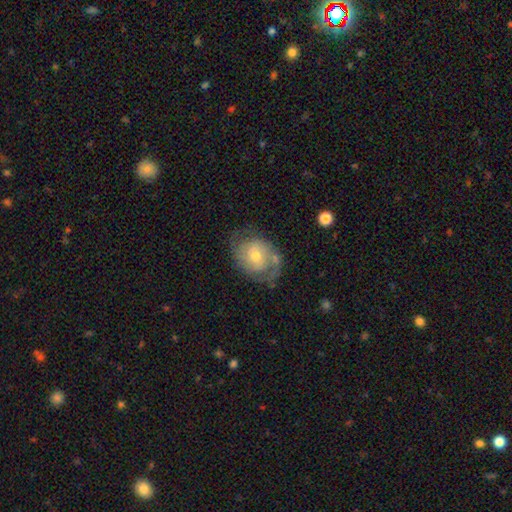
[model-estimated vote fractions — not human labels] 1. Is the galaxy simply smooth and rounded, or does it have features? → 70% featured or disk, 24% smooth, 7% star or artifact.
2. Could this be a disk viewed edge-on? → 97% no, 3% yes.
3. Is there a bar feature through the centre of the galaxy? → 69% no, 27% weak, 5% strong.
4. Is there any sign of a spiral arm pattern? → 85% yes, 15% no.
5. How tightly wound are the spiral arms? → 42% tight, 41% medium, 17% loose.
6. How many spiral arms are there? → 66% 2, 18% can't tell, 8% 1, 4% 3, 2% 4, 2% more than 4.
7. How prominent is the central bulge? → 48% small, 47% moderate, 3% large, 1% none, 1% dominant.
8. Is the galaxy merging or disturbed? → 60% none, 22% minor disturbance, 14% major disturbance, 3% merger.